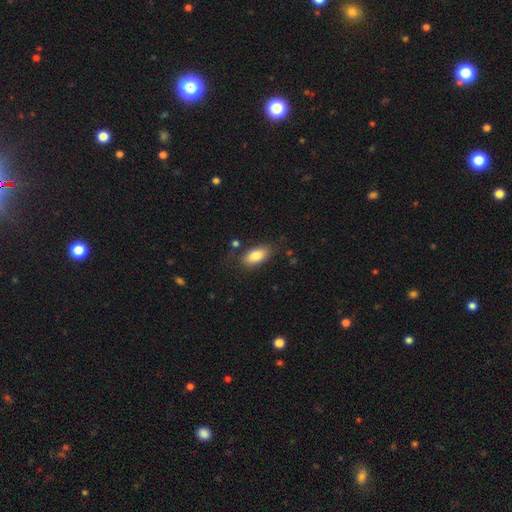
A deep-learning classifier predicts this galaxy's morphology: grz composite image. It shows a smooth galaxy with no disk features (83%) that is in between round and cigar-shaped (90%). Merging: none (75%).